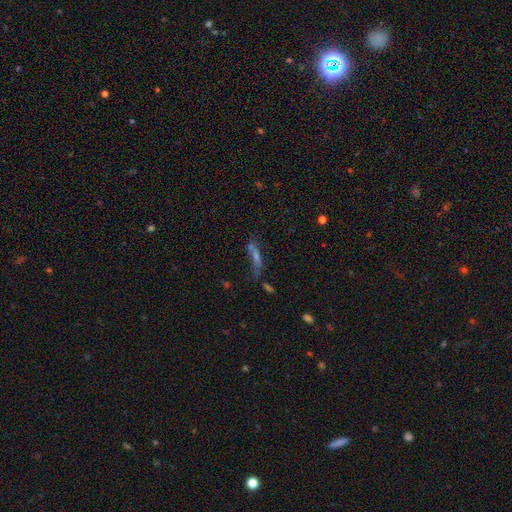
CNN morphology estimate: This appears to be a smooth galaxy with no disk features (52%) that is cigar-shaped (72%). Merging: none (44%).